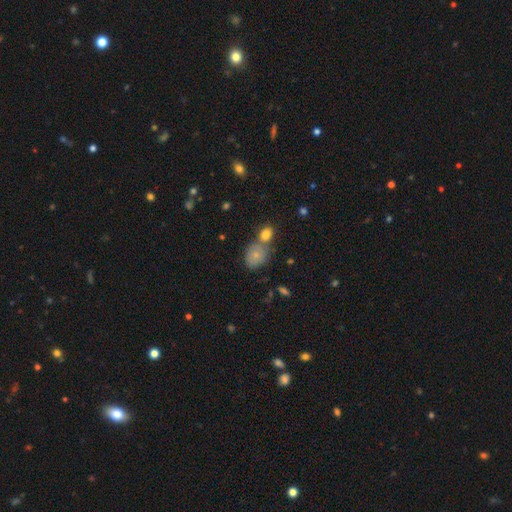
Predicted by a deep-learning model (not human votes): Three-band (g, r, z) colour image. It shows a smooth galaxy with no disk features (77%) that is in between round and cigar-shaped (62%). Merging: none (44%).